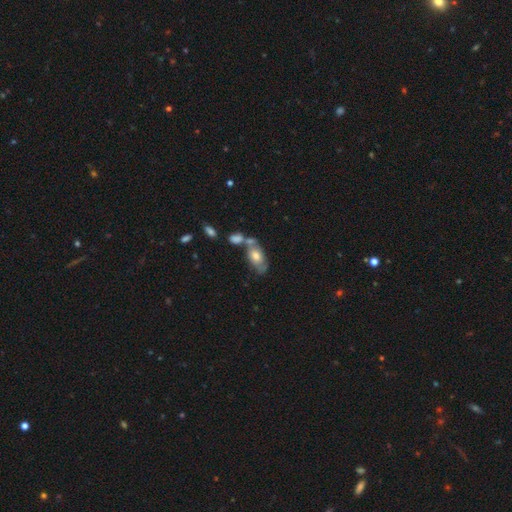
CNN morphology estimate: Smooth or featured: smooth — 60% (featured or disk — 32%)
How rounded: in between — 88% (round — 8%)
Merging: merger — 38% (none — 36%)